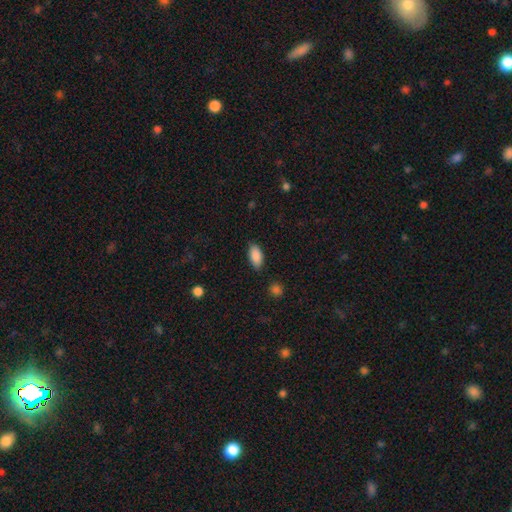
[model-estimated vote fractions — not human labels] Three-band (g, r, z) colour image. It shows a smooth galaxy with no disk features (89%) that is in between round and cigar-shaped (91%). Merging: none (84%).